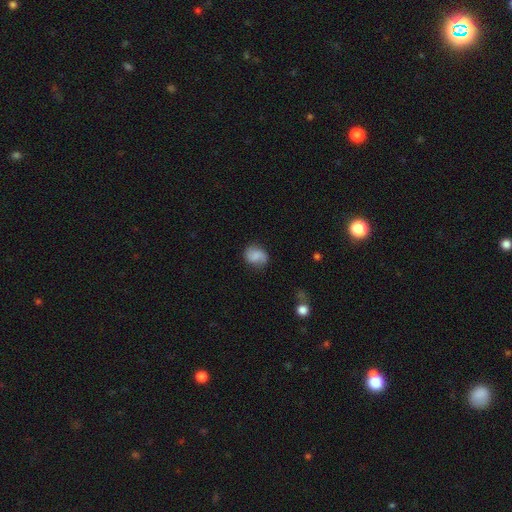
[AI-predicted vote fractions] This appears to be a smooth galaxy with no disk features (61%) that is round (56%). Merging: none (73%).